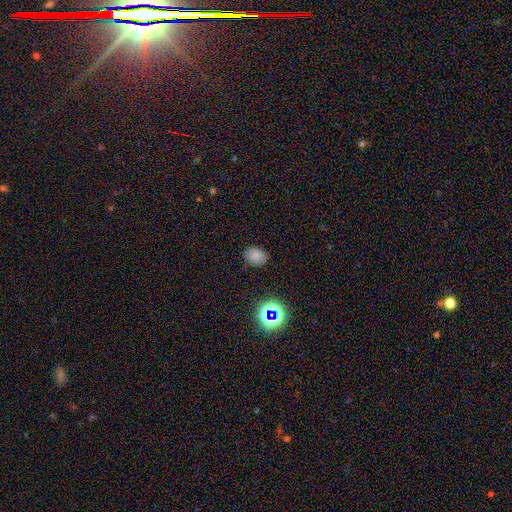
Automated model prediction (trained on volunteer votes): smooth-or-featured: smooth: 76% | star or artifact: 17% | featured or disk: 6%
  how-rounded: in between: 59% | round: 40% | cigar-shaped: 1%
  merging: none: 82% | minor disturbance: 13% | major disturbance: 3% | merger: 2%